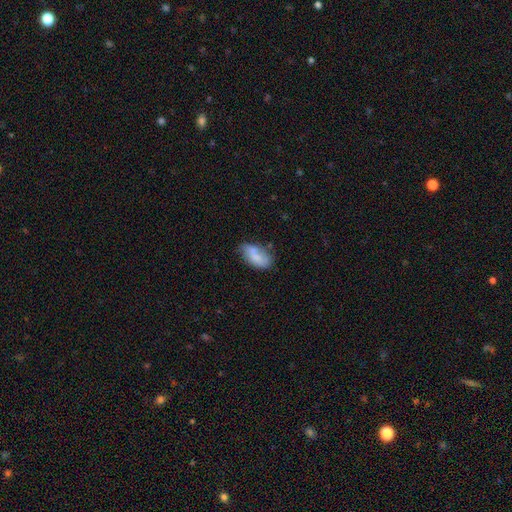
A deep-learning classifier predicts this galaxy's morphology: Overall: smooth (74%). How rounded: in between (92%). Merging: none (49%; minor disturbance 30%).